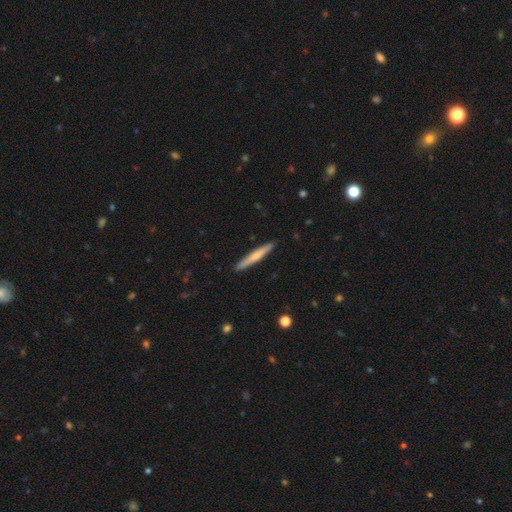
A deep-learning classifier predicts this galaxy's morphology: Smooth or featured? Predicted: smooth (p=0.58). How rounded? Predicted: cigar-shaped (p=0.95). Merging? Predicted: none (p=0.91).